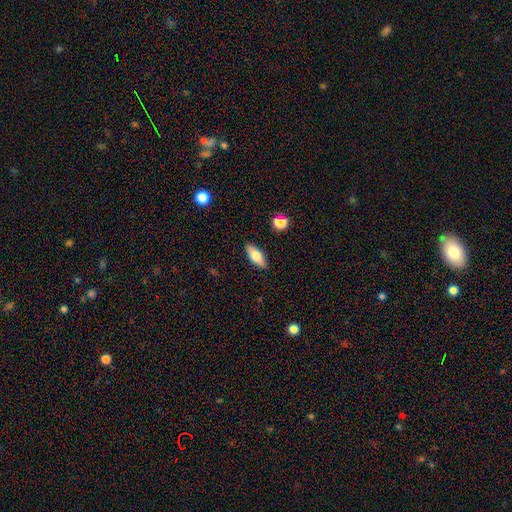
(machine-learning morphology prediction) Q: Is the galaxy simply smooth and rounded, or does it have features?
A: smooth — 71%.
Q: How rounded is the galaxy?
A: in between — 77%.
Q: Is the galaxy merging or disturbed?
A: none — 88%.